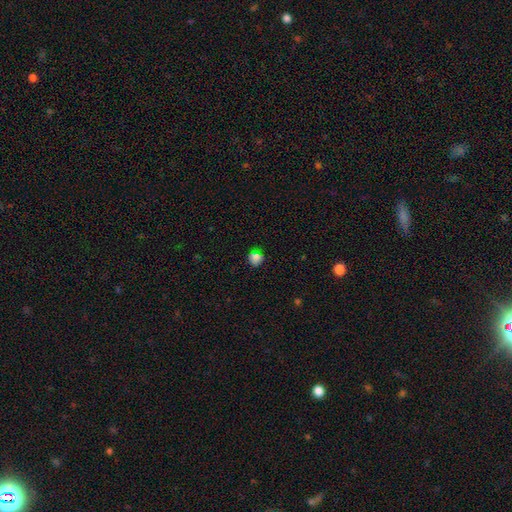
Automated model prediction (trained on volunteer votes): Q: Smooth or featured?
A: smooth (67%); runner-up: star or artifact (27%)
Q: How rounded?
A: round (78%); runner-up: in between (20%)
Q: Merging?
A: none (79%); runner-up: minor disturbance (13%)